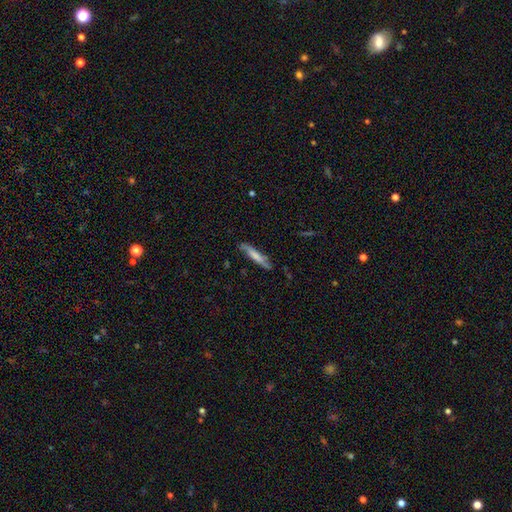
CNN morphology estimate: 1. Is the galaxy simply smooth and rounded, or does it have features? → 62% smooth, 32% featured or disk, 6% star or artifact.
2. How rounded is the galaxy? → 90% cigar-shaped, 9% in between, 1% round.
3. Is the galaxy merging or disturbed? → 74% none, 20% minor disturbance, 4% major disturbance, 2% merger.